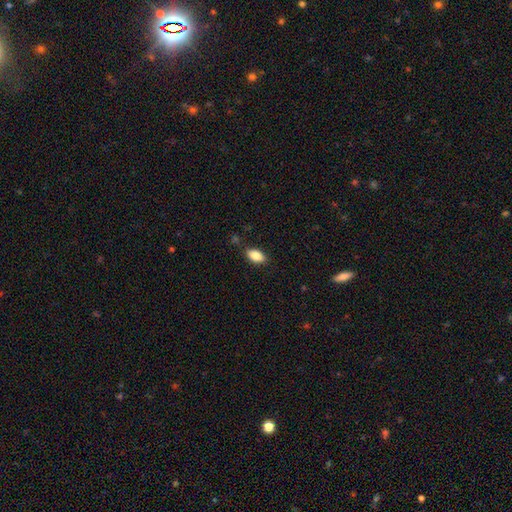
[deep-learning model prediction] Q: Smooth or featured?
A: smooth (86%); runner-up: star or artifact (7%)
Q: How rounded?
A: in between (92%); runner-up: round (5%)
Q: Merging?
A: none (84%); runner-up: minor disturbance (12%)